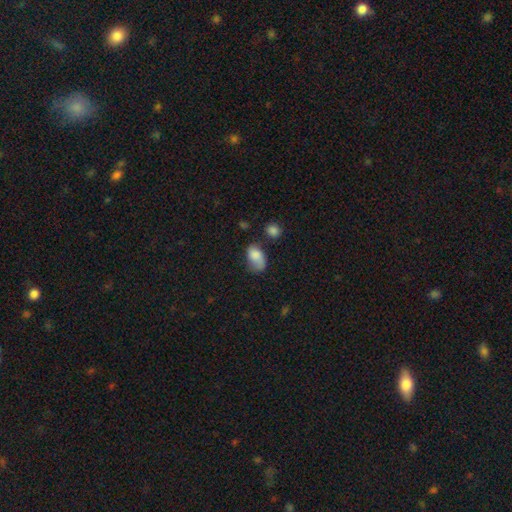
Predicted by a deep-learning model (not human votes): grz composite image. It shows a smooth galaxy with no disk features (74%) that is in between round and cigar-shaped (88%). Merging: none (42%).